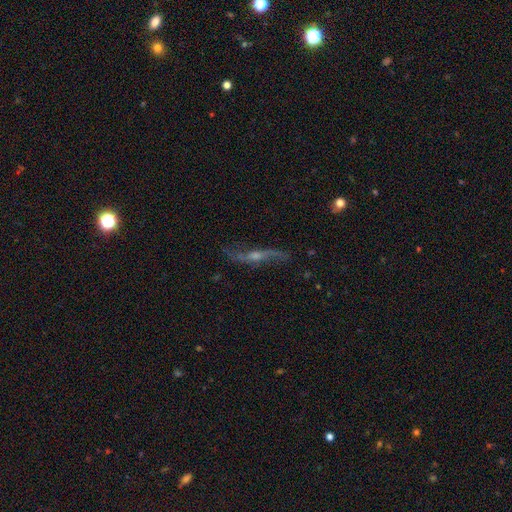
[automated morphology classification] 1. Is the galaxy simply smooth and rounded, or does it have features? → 76% featured or disk, 12% smooth, 12% star or artifact.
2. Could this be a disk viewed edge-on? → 50% no (tied), 50% yes (tied).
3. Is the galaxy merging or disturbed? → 76% none, 15% minor disturbance, 7% major disturbance, 2% merger.